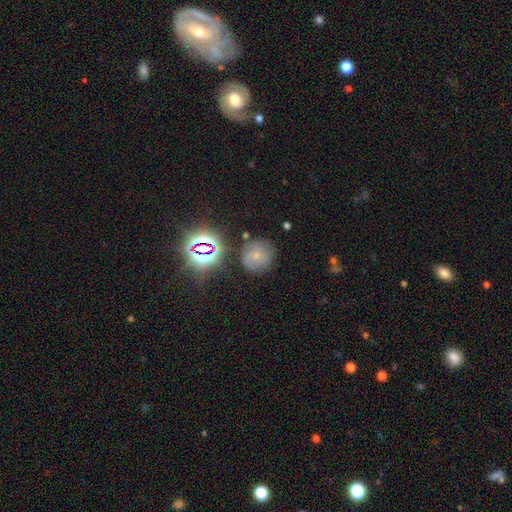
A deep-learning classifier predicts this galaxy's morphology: Smooth or featured: featured or disk — 39% (tied with smooth — 39%)
Merging: none — 73% (minor disturbance — 17%)